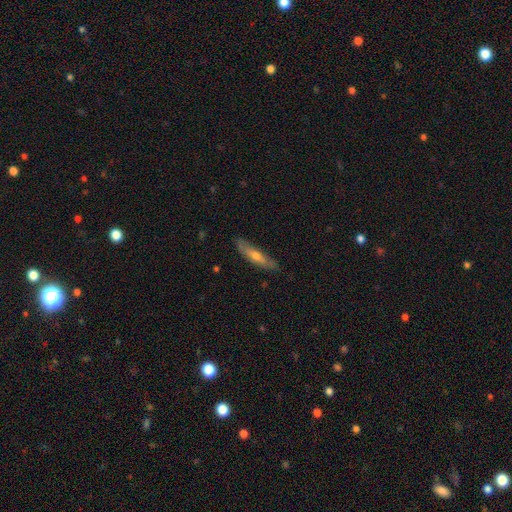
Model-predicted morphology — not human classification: This appears to be a featured or disk galaxy (47%, tied with smooth). Merging: none (80%).